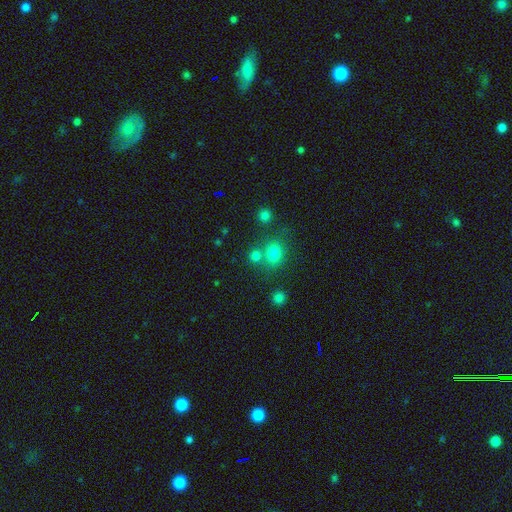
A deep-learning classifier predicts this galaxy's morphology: smooth_or_featured: smooth (p=0.75) [alt: star or artifact p=0.18]
how_rounded: round (p=0.72) [alt: in between p=0.27]
merging: none (p=0.59) [alt: merger p=0.28]